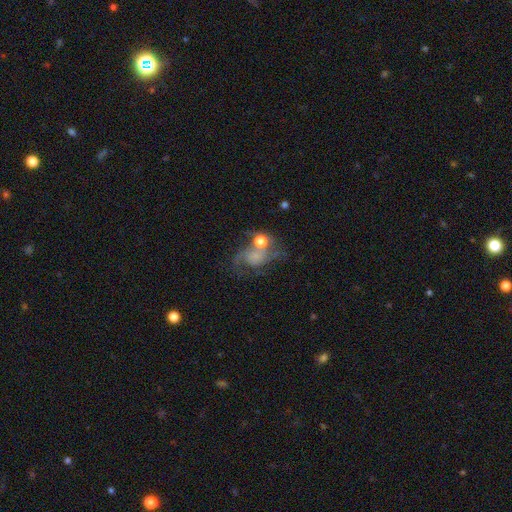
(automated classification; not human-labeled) Smooth or featured: featured or disk — 63% (smooth — 25%)
Edge-on disk: no — 98% (yes — 2%)
Bar: no — 75% (weak — 21%)
Spiral arms: yes — 82% (no — 18%)
Spiral winding: medium — 44% (loose — 37%)
Spiral arm count: 2 — 53% (can't tell — 18%)
Bulge size: small — 42% (moderate — 30%)
Merging: none — 36% (major disturbance — 27%)